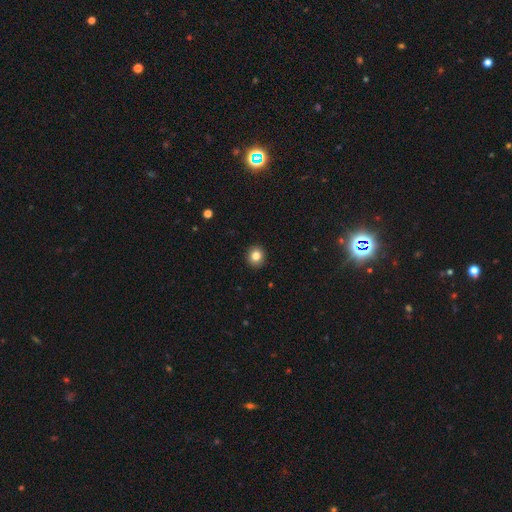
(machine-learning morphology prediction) A smooth galaxy with no disk features (83%) that is round (86%).

Vote fractions:
- Smooth or featured? smooth: 83% / star or artifact: 10% / featured or disk: 7%
- How rounded? round: 86% / in between: 14% / cigar-shaped: 1%
- Merging? none: 92% / minor disturbance: 5% / major disturbance: 2% / merger: 1%